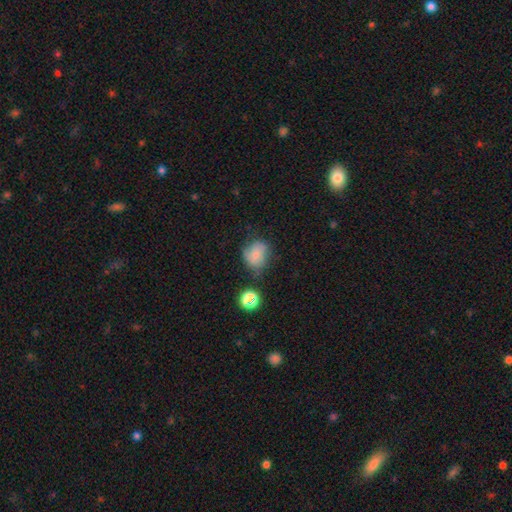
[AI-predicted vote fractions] smooth-or-featured: smooth: 69% | featured or disk: 18% | star or artifact: 13%
  how-rounded: round: 56% | in between: 43% | cigar-shaped: 1%
  merging: none: 51% | minor disturbance: 31% | major disturbance: 13% | merger: 5%